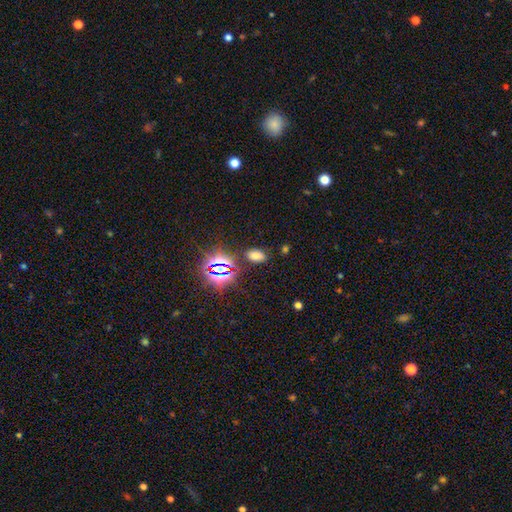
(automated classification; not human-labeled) Smooth or featured? Predicted: smooth (p=0.62). How rounded? Predicted: in between (p=0.90). Merging? Predicted: none (p=0.83).